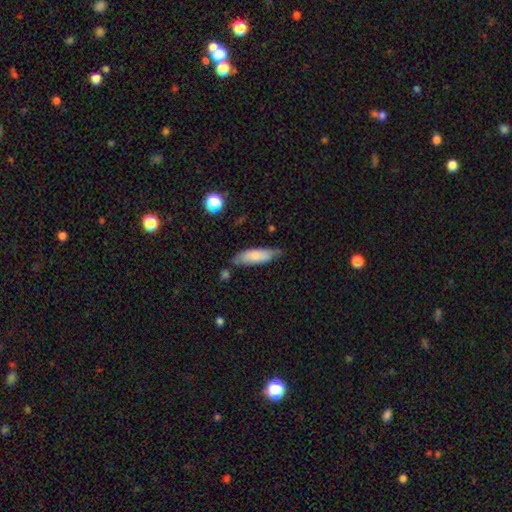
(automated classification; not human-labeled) Q: Smooth or featured?
A: smooth (75%); runner-up: featured or disk (19%)
Q: How rounded?
A: in between (53%); runner-up: cigar-shaped (45%)
Q: Merging?
A: none (65%); runner-up: minor disturbance (26%)